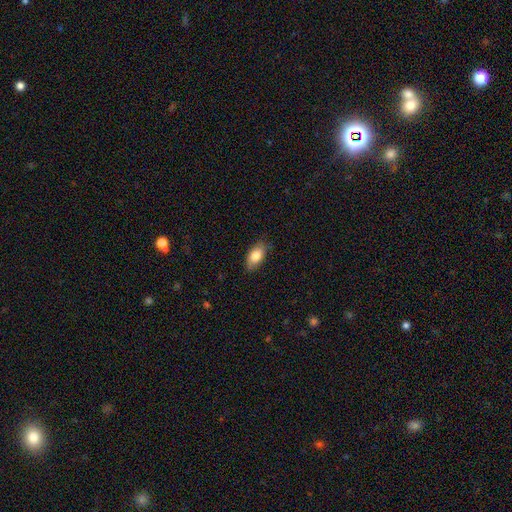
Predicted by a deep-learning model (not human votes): Q: Smooth or featured?
A: smooth (82%); runner-up: featured or disk (12%)
Q: How rounded?
A: in between (91%); runner-up: cigar-shaped (5%)
Q: Merging?
A: none (79%); runner-up: minor disturbance (18%)